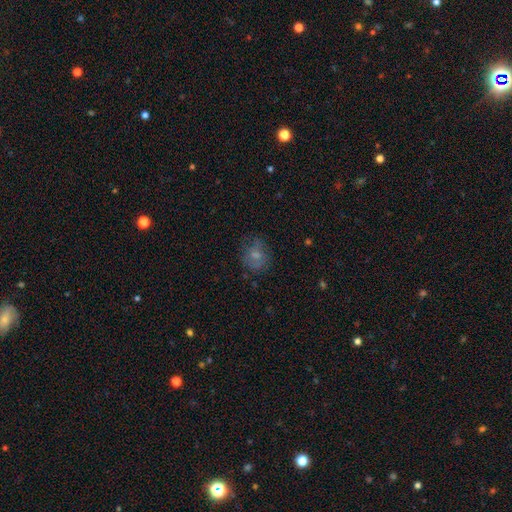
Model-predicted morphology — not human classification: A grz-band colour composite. It shows a smooth galaxy with no disk features (64%) that is round (66%). Merging: none (63%).